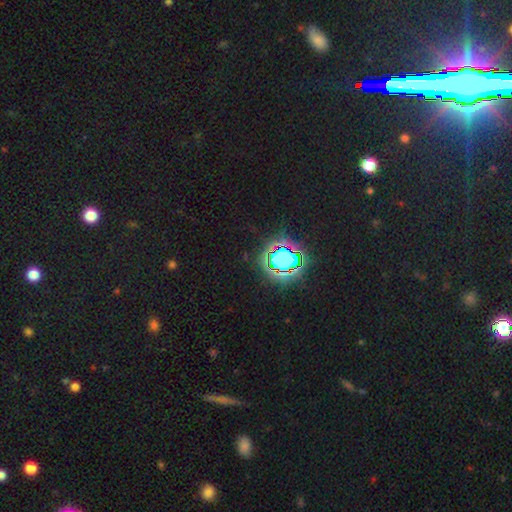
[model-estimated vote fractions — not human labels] smooth_or_featured: star or artifact (p=0.76) [alt: smooth p=0.16]